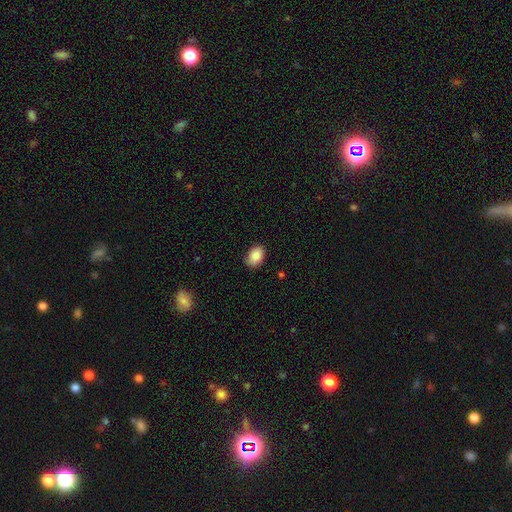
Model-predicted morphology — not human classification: Overall: smooth (88%). How rounded: in between (83%). Merging: none (84%).